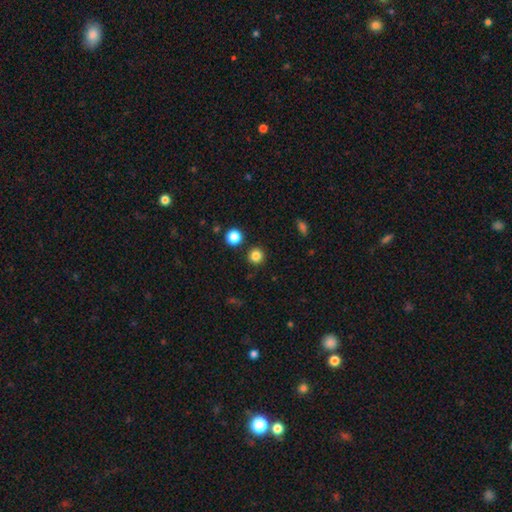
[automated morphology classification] smooth-or-featured: smooth: 83% | star or artifact: 13% | featured or disk: 4%
  how-rounded: round: 94% | in between: 5% | cigar-shaped: 1%
  merging: none: 89% | minor disturbance: 5% | merger: 3% | major disturbance: 2%